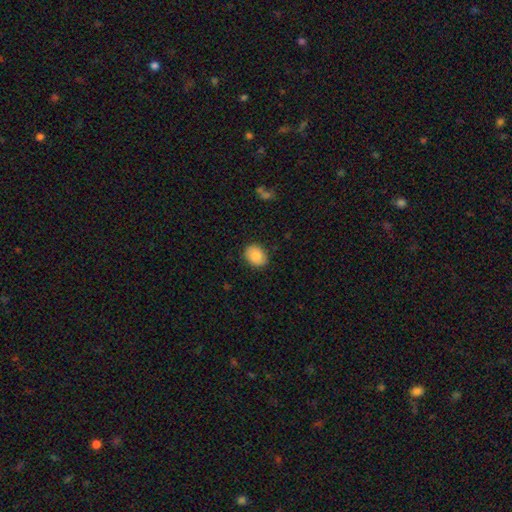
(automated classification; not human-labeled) A smooth galaxy with no disk features (88%) that is in between round and cigar-shaped (56%).

Vote fractions:
- Smooth or featured? smooth: 88% / star or artifact: 7% / featured or disk: 5%
- How rounded? in between: 56% / round: 43% / cigar-shaped: 1%
- Merging? none: 87% / minor disturbance: 10% / major disturbance: 2% / merger: 1%